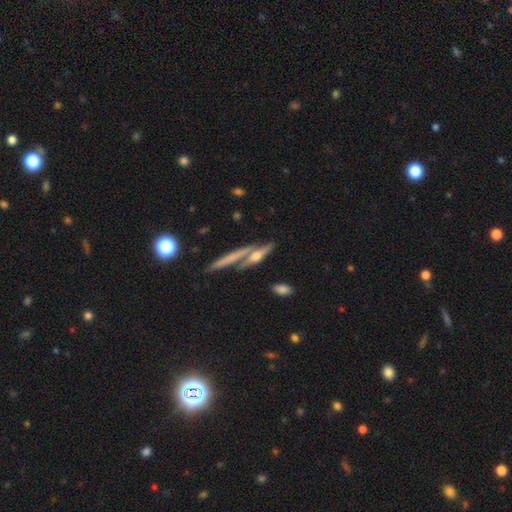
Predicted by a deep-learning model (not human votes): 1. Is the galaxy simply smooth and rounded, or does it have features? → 57% featured or disk, 34% smooth, 9% star or artifact.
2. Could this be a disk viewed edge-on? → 90% yes, 10% no.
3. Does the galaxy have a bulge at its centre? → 73% rounded, 18% none, 10% boxy.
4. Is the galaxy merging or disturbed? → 59% none, 24% merger, 12% minor disturbance, 5% major disturbance.